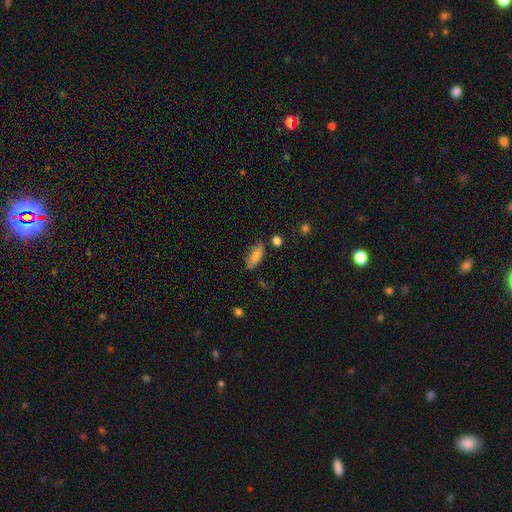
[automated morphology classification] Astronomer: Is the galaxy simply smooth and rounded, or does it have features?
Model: smooth — 75%.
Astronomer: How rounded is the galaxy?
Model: in between — 70%.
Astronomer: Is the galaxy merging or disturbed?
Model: none — 78%.